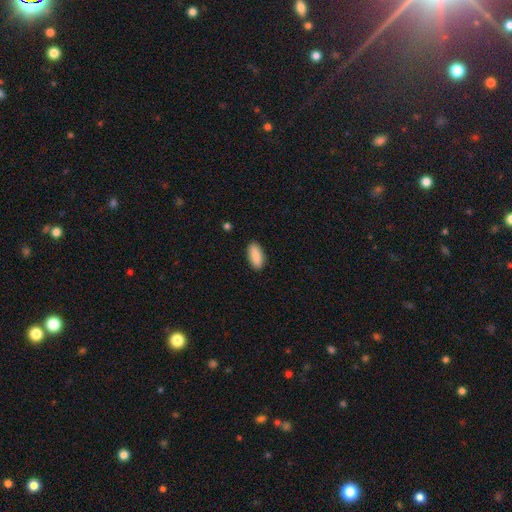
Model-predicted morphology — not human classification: Smooth or featured? smooth (89%)
How rounded? in between (88%)
Merging? none (90%)